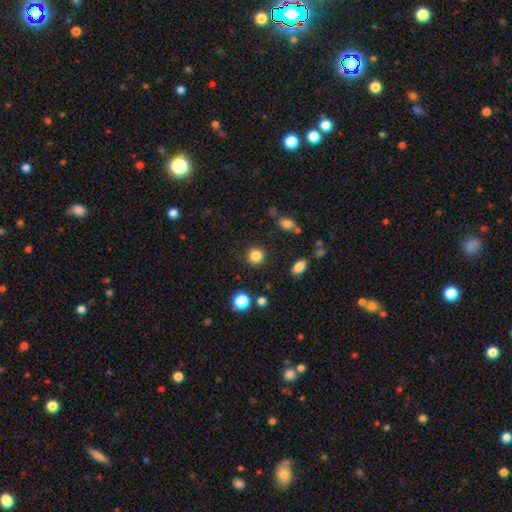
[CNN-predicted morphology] This appears to be a smooth galaxy with no disk features (84%) that is round (91%). Merging: none (89%).